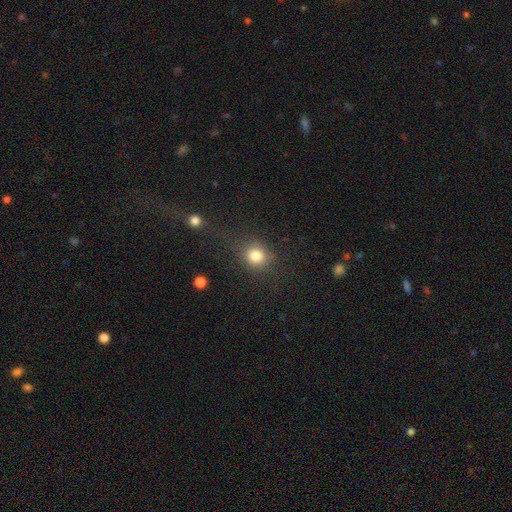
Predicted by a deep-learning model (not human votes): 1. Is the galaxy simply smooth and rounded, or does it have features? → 82% smooth, 12% star or artifact, 6% featured or disk.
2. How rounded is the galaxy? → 83% round, 16% in between, 1% cigar-shaped.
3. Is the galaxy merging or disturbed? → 75% none, 13% minor disturbance, 8% major disturbance, 5% merger.